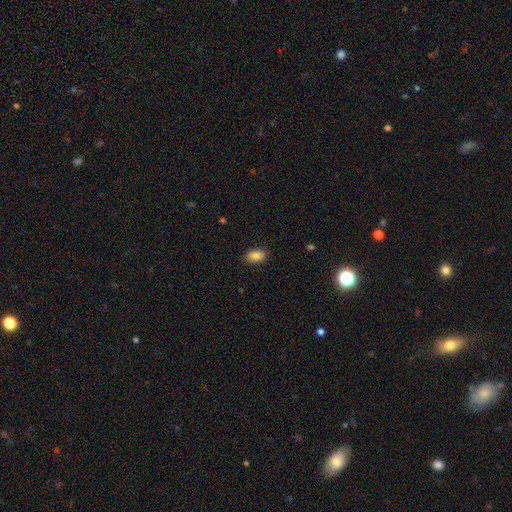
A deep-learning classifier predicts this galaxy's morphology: This appears to be a smooth galaxy with no disk features (84%) that is in between round and cigar-shaped (90%). Merging: none (87%).